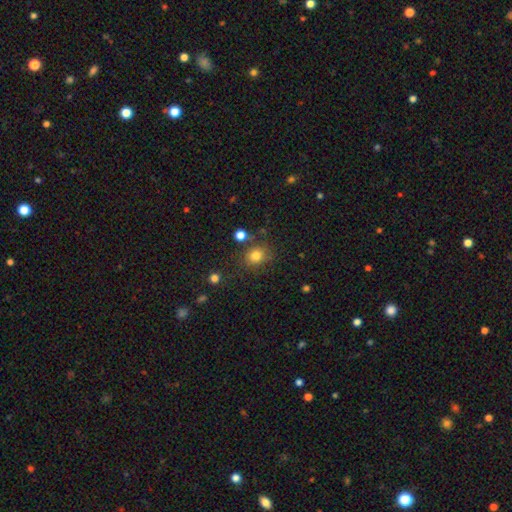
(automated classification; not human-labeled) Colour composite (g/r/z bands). It shows a smooth galaxy with no disk features (80%) that is round (68%). Merging: none (76%).